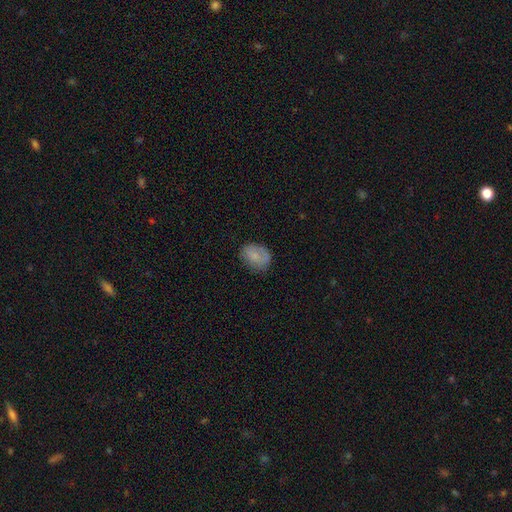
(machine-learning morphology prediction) Overall: smooth (71%). How rounded: in between (64%; round 35%). Merging: none (66%).